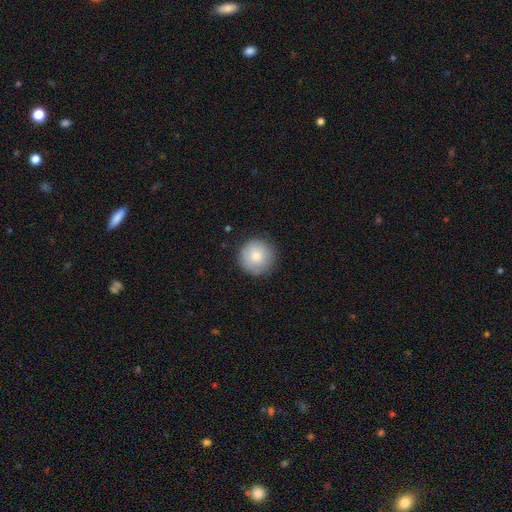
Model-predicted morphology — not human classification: A smooth galaxy with no disk features (82%) that is round (96%).

Vote fractions:
- Smooth or featured? smooth: 82% / featured or disk: 10% / star or artifact: 7%
- How rounded? round: 96% / in between: 3% / cigar-shaped: 1%
- Merging? none: 88% / minor disturbance: 9% / major disturbance: 2% / merger: 1%